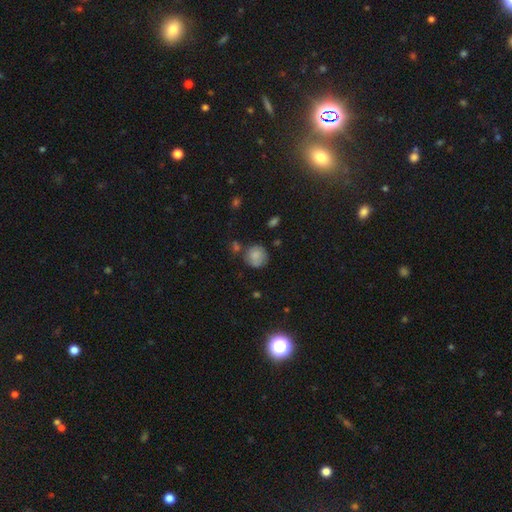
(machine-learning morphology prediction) Q: Smooth or featured?
A: smooth (83%); runner-up: featured or disk (9%)
Q: How rounded?
A: round (89%); runner-up: in between (10%)
Q: Merging?
A: none (69%); runner-up: minor disturbance (18%)